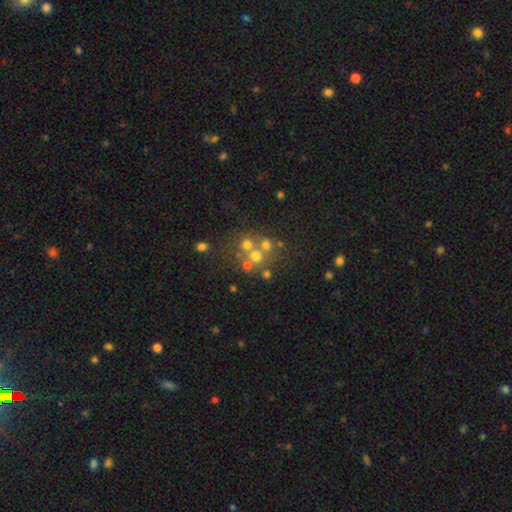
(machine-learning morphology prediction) type=smooth (50%); roundness=round (86%); merging=none (49%).